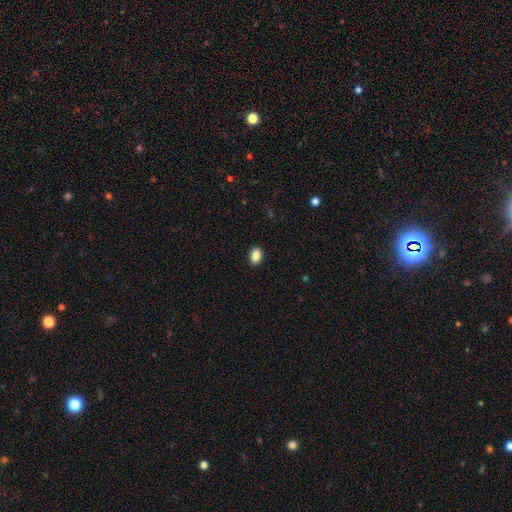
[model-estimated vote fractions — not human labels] This is clearly a smooth galaxy (88%). How rounded: clearly in between (83%). Merging: clearly none (90%).